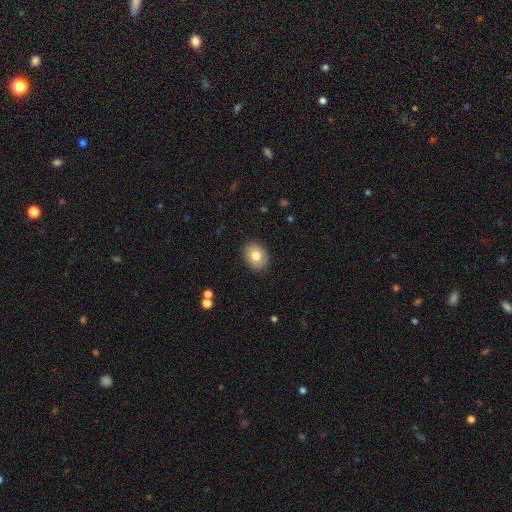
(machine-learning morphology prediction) smooth 79%, featured or disk 12%, star or artifact 9%. Down the decision tree: how rounded — in between (58%); merging — none (89%).